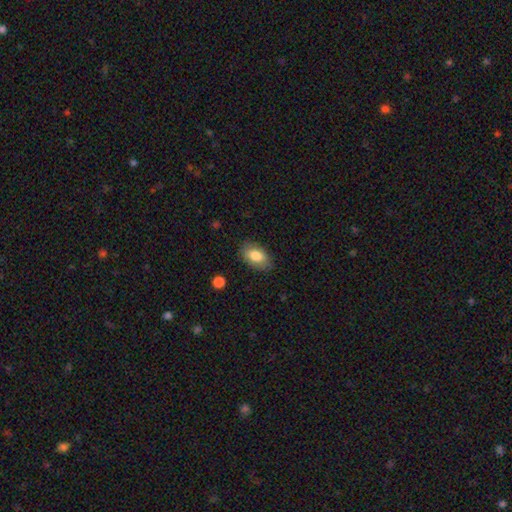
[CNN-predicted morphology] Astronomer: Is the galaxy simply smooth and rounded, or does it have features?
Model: smooth — 81%.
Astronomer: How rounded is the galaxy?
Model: in between — 91%.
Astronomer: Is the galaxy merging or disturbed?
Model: none — 83%.